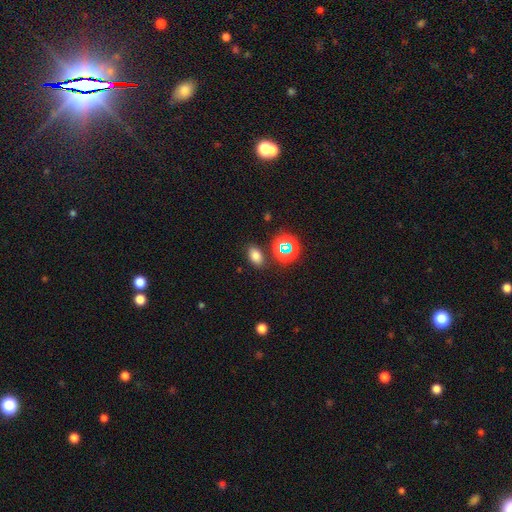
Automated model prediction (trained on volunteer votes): Smooth or featured? smooth (72%)
How rounded? in between (83%)
Merging? none (83%)